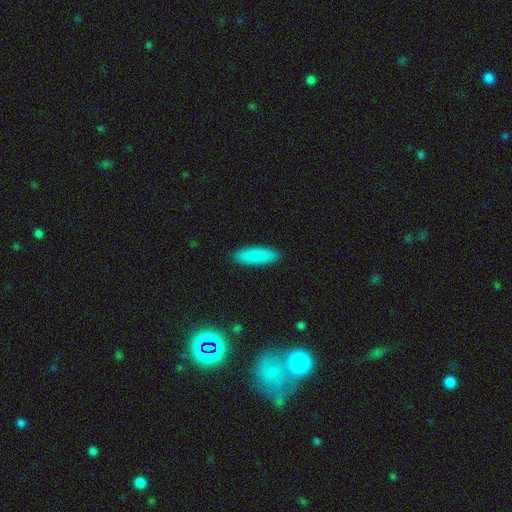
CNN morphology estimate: Smooth or featured? Predicted: smooth (p=0.87). How rounded? Predicted: in between (p=0.58). Merging? Predicted: none (p=0.90).